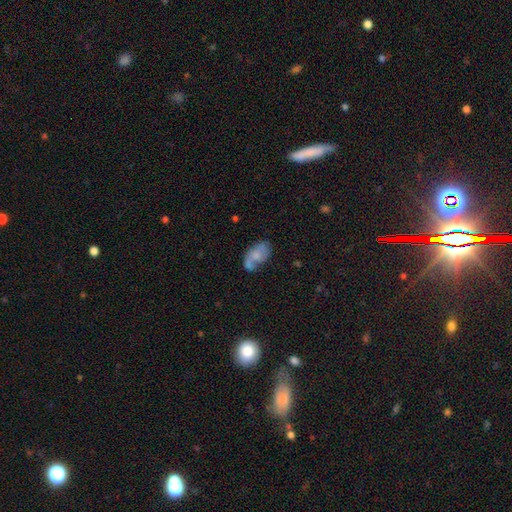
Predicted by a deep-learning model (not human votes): smooth 50%, featured or disk 41%, star or artifact 9%. Down the decision tree: how rounded — in between (91%); merging — none (42%).